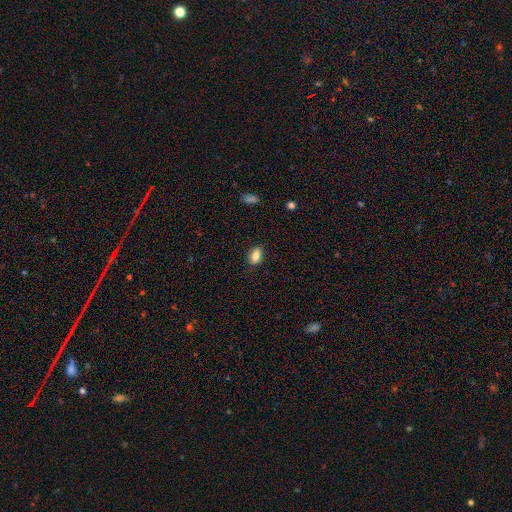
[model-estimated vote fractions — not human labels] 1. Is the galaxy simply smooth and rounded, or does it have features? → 85% smooth, 9% star or artifact, 7% featured or disk.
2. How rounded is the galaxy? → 86% in between, 11% round, 3% cigar-shaped.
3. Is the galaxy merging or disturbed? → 83% none, 13% minor disturbance, 3% major disturbance, 1% merger.